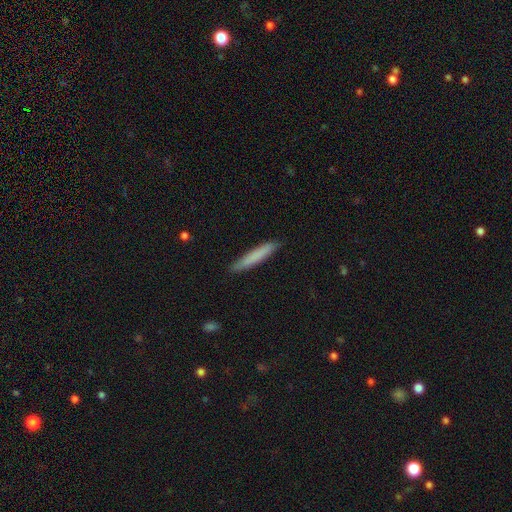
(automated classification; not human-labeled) Smooth or featured? Predicted: smooth (p=0.78). How rounded? Predicted: cigar-shaped (p=0.94). Merging? Predicted: none (p=0.89).